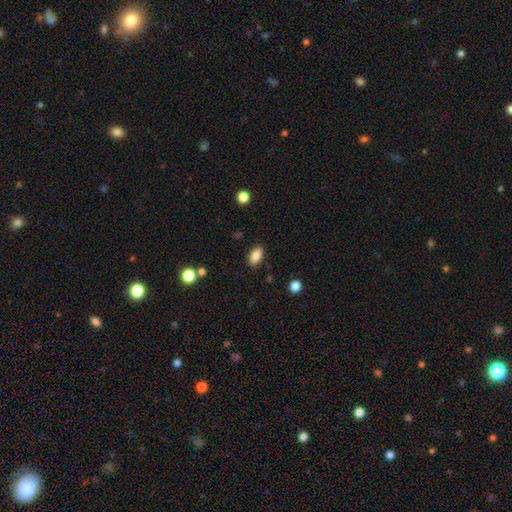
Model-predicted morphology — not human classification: Overall: smooth (84%). How rounded: in between (91%). Merging: none (87%).